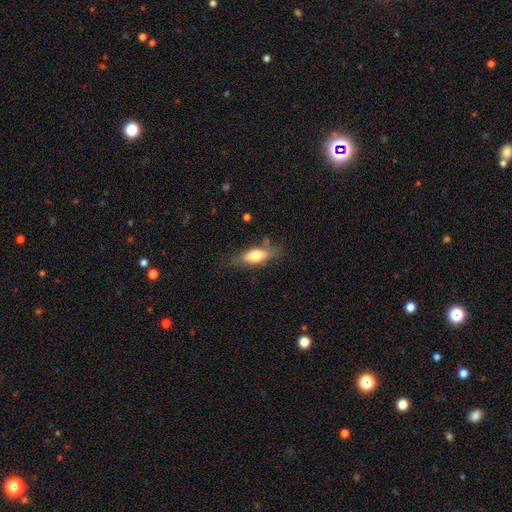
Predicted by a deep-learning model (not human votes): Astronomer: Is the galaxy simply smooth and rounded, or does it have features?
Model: smooth — 69%.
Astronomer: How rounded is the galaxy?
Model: in between — 74%.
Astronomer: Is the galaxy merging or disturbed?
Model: none — 61%.